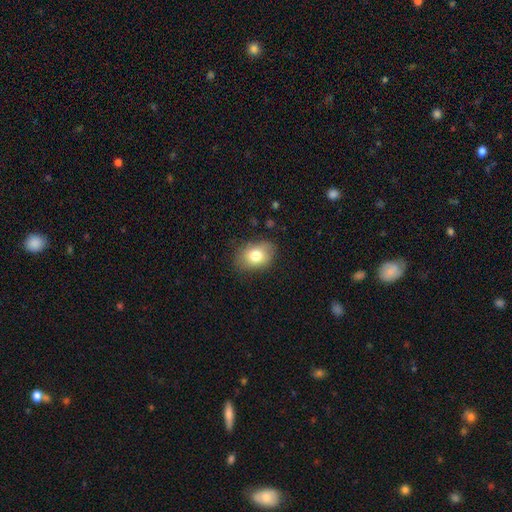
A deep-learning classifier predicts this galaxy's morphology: Overall: smooth (78%). How rounded: in between (74%). Merging: none (78%).